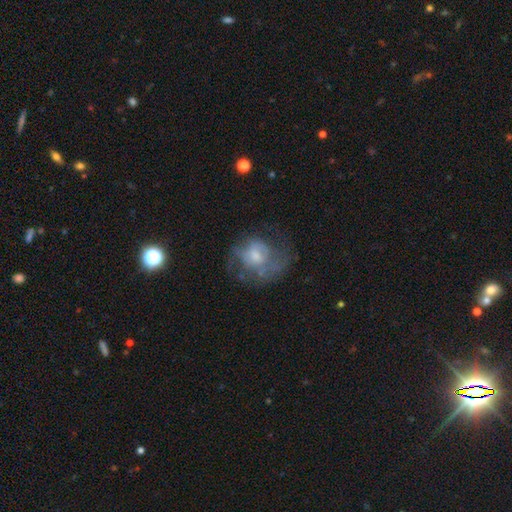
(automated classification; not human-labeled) Smooth or featured: featured or disk — 50% (smooth — 40%)
Merging: none — 41% (major disturbance — 35%)